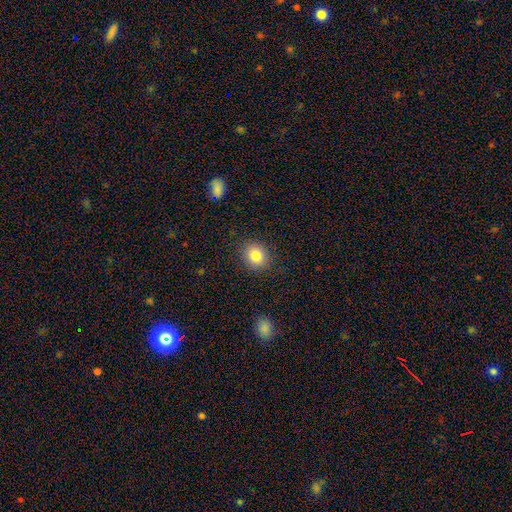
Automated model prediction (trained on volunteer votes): The model was most divided on "how rounded": round: 71%, in between: 28%, cigar-shaped: 1%. More confident: merging — none (88%); smooth or featured — smooth (83%).